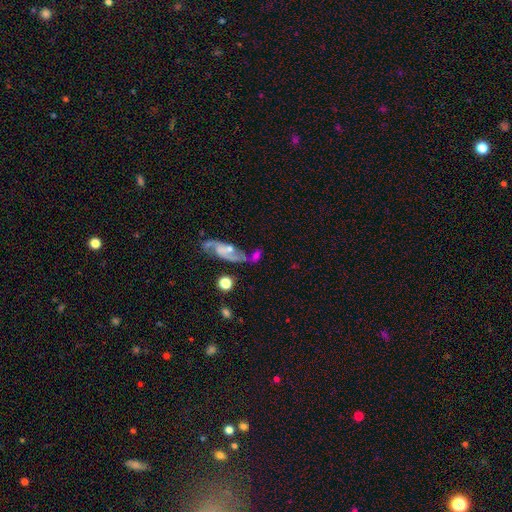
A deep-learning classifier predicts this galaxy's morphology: Q: Smooth or featured?
A: featured or disk (51%); runner-up: smooth (38%)
Q: Edge-on disk?
A: no (85%); runner-up: yes (15%)
Q: Merging?
A: none (42%); runner-up: merger (31%)